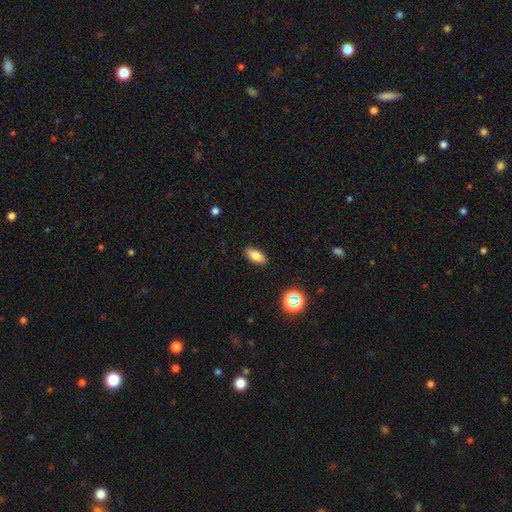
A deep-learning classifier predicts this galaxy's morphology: smooth-or-featured: smooth: 79% | featured or disk: 11% | star or artifact: 10%
  how-rounded: in between: 85% | cigar-shaped: 11% | round: 4%
  merging: none: 89% | minor disturbance: 8% | major disturbance: 2% | merger: 1%